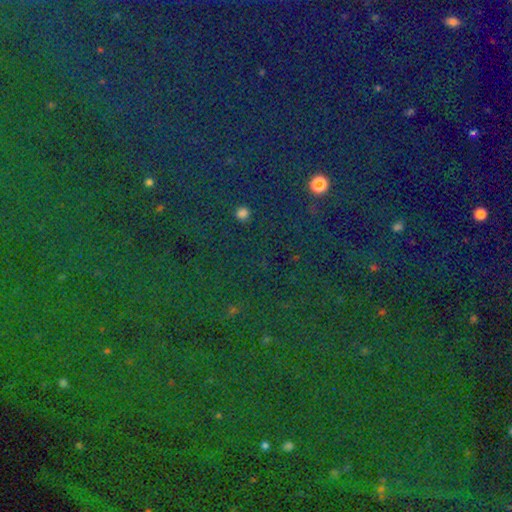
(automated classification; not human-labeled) smooth-or-featured: star or artifact: 79% | smooth: 13% | featured or disk: 8%